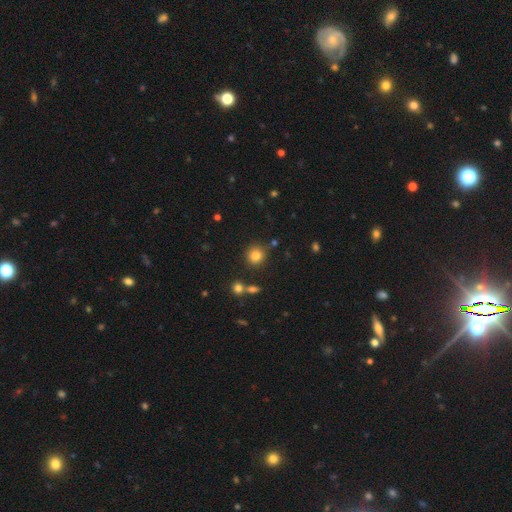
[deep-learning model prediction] This is clearly a smooth galaxy (82%). How rounded: clearly round (89%). Merging: clearly none (82%).